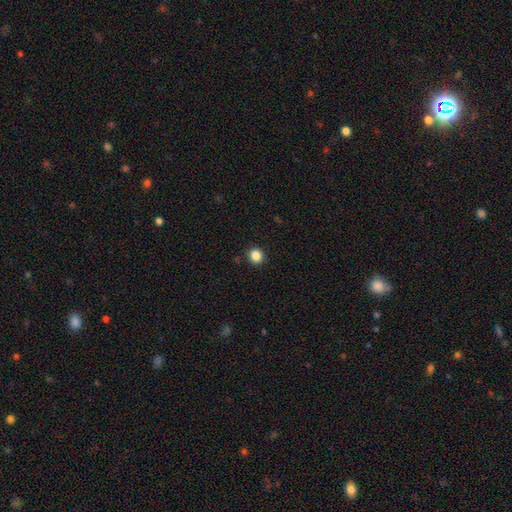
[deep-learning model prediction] Smooth or featured? Predicted: smooth (p=0.86). How rounded? Predicted: round (p=0.83). Merging? Predicted: none (p=0.91).